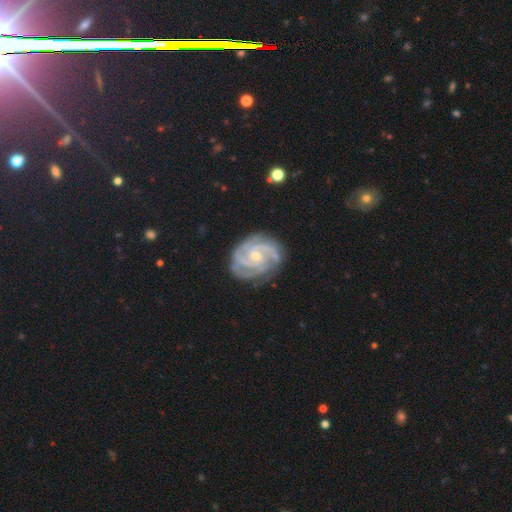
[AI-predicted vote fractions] A featured or disk galaxy (91%) with no bar (62%), 3 (40%) tight (68%) spiral arms (98%) and a small central bulge (69%). Merging: none (79%).